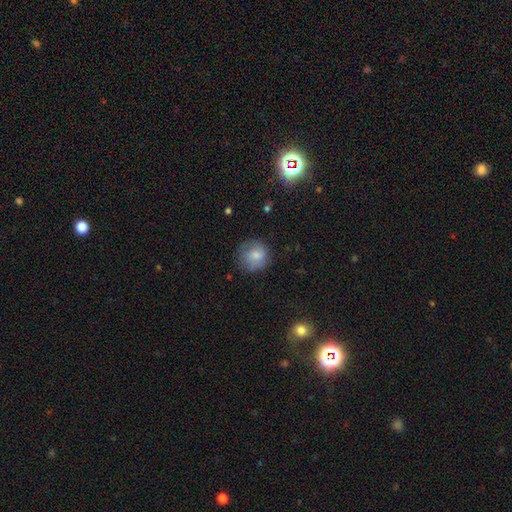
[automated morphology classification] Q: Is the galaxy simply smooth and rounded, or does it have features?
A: smooth — 71%.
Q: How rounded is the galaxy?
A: round — 88%.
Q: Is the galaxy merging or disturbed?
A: none — 73%.